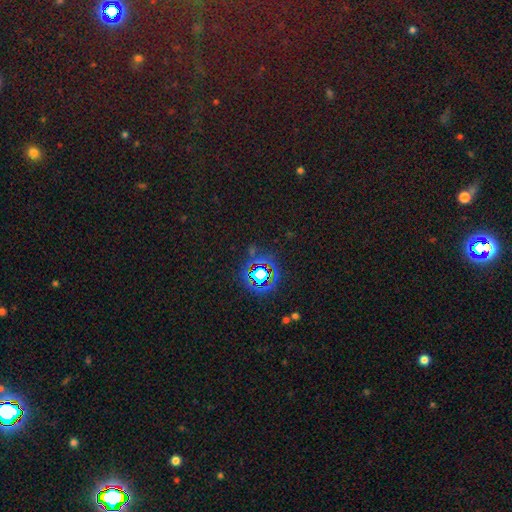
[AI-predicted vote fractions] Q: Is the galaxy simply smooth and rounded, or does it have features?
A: star or artifact — 79%.